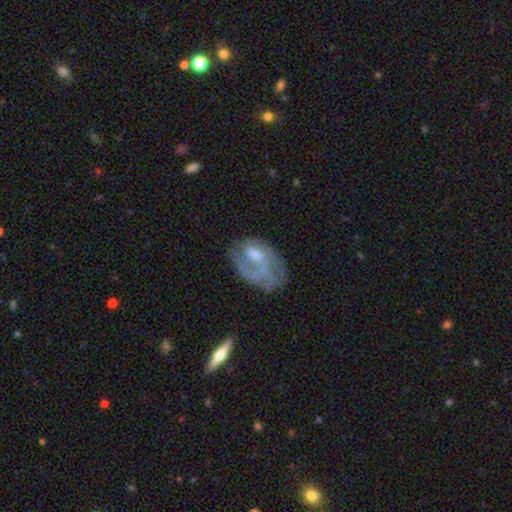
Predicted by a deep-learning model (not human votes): Smooth or featured?
  - featured or disk: 61% *
  - smooth: 31%
  - star or artifact: 9%
Edge-on disk?
  - no: 95% *
  - yes: 5%
Bar?
  - no: 57% *
  - weak: 36%
  - strong: 8%
Spiral arms?
  - yes: 53% *
  - no: 47%
Bulge size?
  - moderate: 40% *
  - small: 33%
  - none: 21%
  - large: 5%
  - dominant: 1%
Merging?
  - none: 42% *
  - major disturbance: 28%
  - minor disturbance: 26%
  - merger: 4%